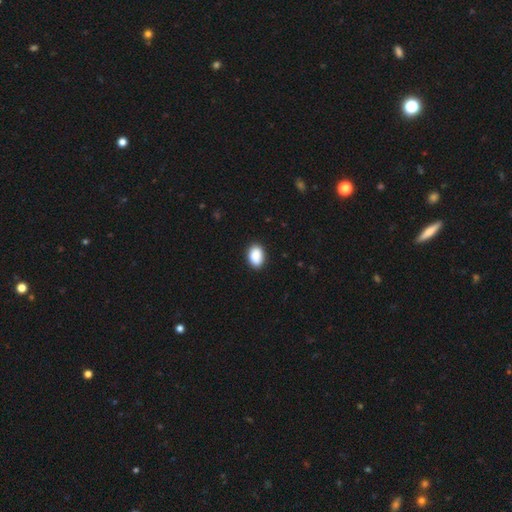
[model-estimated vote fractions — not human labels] Smooth or featured? Predicted: smooth (p=0.90). How rounded? Predicted: in between (p=0.85). Merging? Predicted: none (p=0.87).